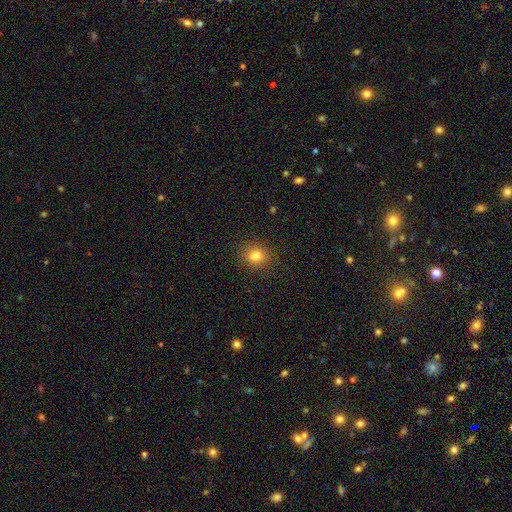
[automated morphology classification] A smooth galaxy with no disk features (80%) that is round (74%).

Vote fractions:
- Smooth or featured? smooth: 80% / star or artifact: 13% / featured or disk: 7%
- How rounded? round: 74% / in between: 25% / cigar-shaped: 1%
- Merging? none: 88% / minor disturbance: 8% / major disturbance: 3% / merger: 1%